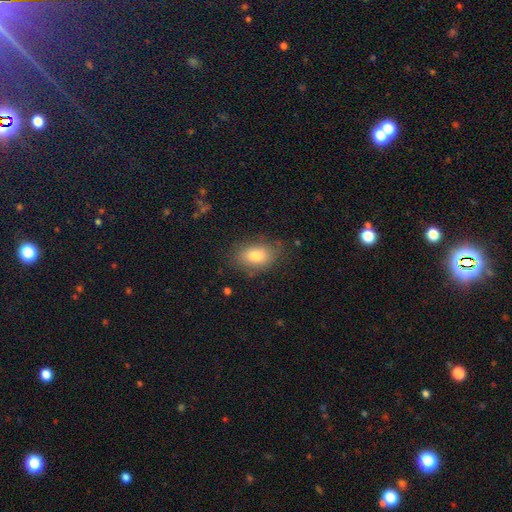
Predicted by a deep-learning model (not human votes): Overall: smooth (79%). How rounded: in between (88%). Merging: none (76%).